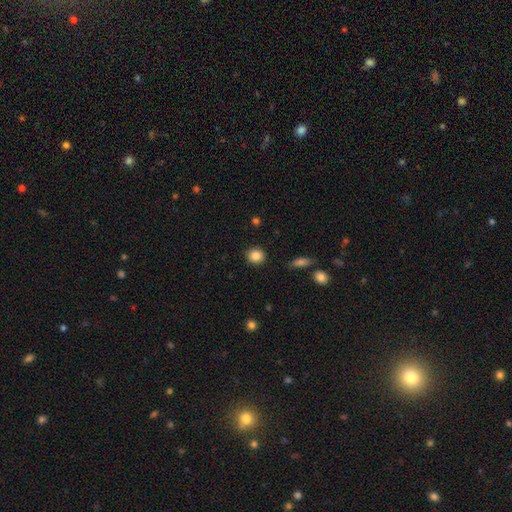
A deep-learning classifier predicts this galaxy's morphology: Smooth or featured? Predicted: smooth (p=0.86). How rounded? Predicted: round (p=0.86). Merging? Predicted: none (p=0.90).